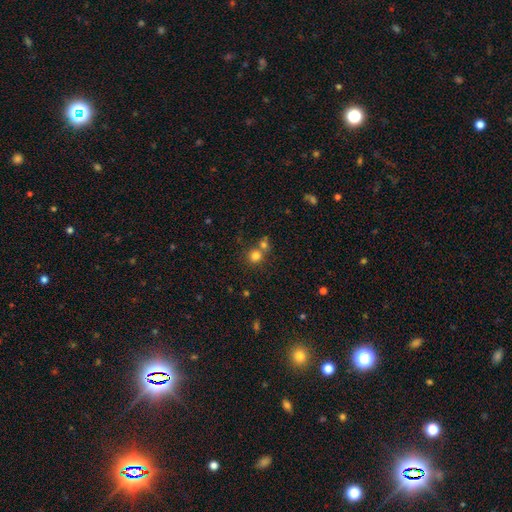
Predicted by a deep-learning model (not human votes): A smooth galaxy with no disk features (78%) that is round (88%). Merging: none (56%).